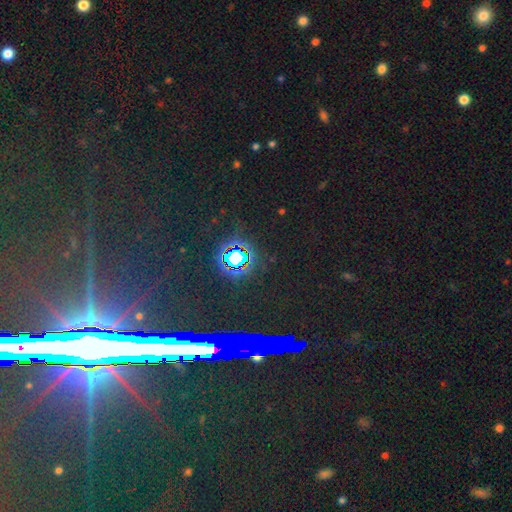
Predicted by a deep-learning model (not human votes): Smooth or featured: star or artifact — 79% (featured or disk — 12%)